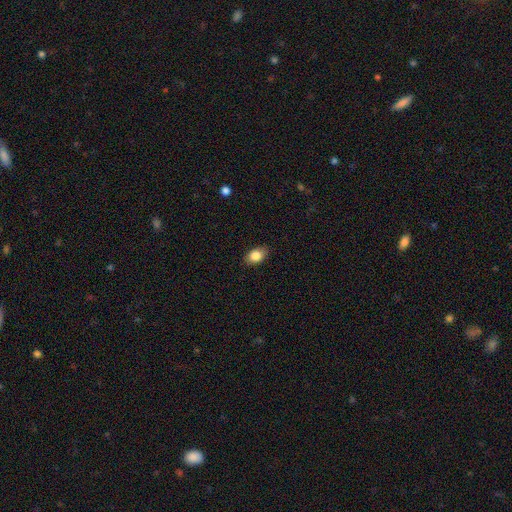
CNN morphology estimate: Smooth or featured?
  - smooth: 85% *
  - star or artifact: 8%
  - featured or disk: 7%
How rounded?
  - in between: 84% *
  - round: 15%
  - cigar-shaped: 2%
Merging?
  - none: 86% *
  - minor disturbance: 11%
  - major disturbance: 2%
  - merger: 1%